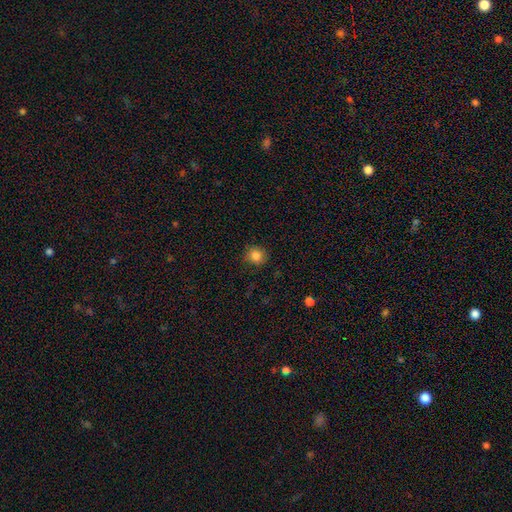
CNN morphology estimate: smooth-or-featured: smooth: 84% | star or artifact: 11% | featured or disk: 5%
  how-rounded: round: 90% | in between: 9% | cigar-shaped: 1%
  merging: none: 87% | minor disturbance: 10% | major disturbance: 2% | merger: 1%